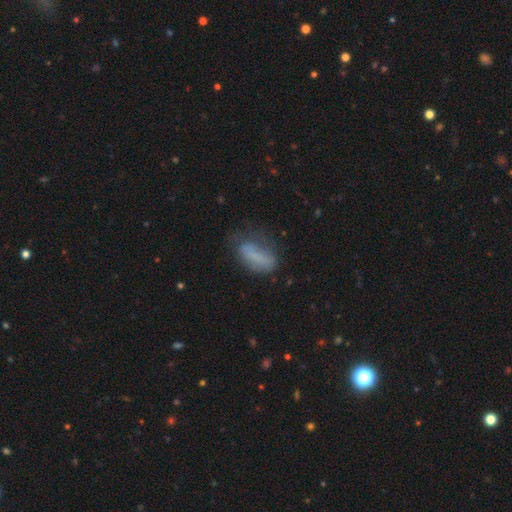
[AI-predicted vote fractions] Smooth or featured?
  - smooth: 68% *
  - featured or disk: 21%
  - star or artifact: 11%
How rounded?
  - in between: 77% *
  - cigar-shaped: 19%
  - round: 4%
Merging?
  - none: 46% *
  - minor disturbance: 30%
  - major disturbance: 20%
  - merger: 4%